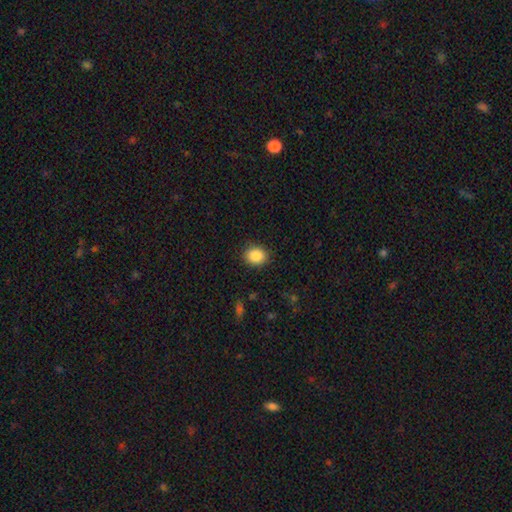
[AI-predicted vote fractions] Smooth or featured: smooth — 87% (star or artifact — 9%)
How rounded: round — 62% (in between — 37%)
Merging: none — 89% (minor disturbance — 8%)